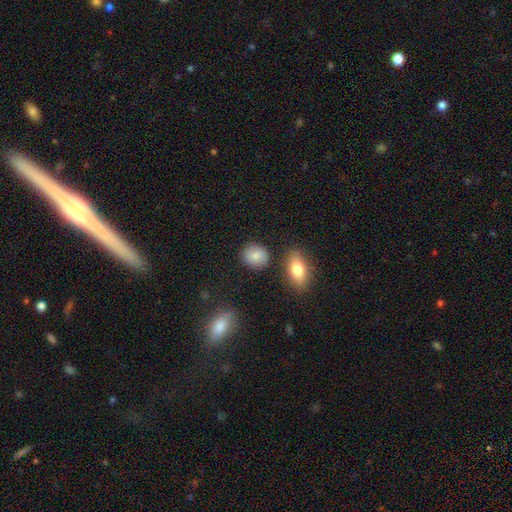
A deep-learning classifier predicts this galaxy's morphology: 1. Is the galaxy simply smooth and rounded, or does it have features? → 83% smooth, 9% featured or disk, 8% star or artifact.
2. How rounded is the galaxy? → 70% round, 28% in between, 2% cigar-shaped.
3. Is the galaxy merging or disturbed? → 82% none, 11% minor disturbance, 4% merger, 3% major disturbance.